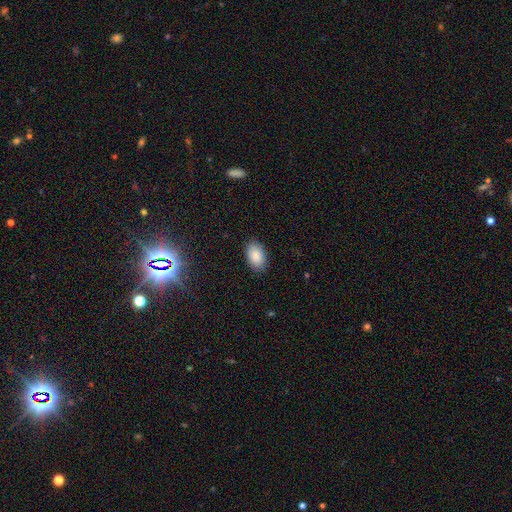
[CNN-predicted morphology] Q: Smooth or featured?
A: smooth (88%); runner-up: star or artifact (7%)
Q: How rounded?
A: in between (92%); runner-up: round (7%)
Q: Merging?
A: none (86%); runner-up: minor disturbance (10%)